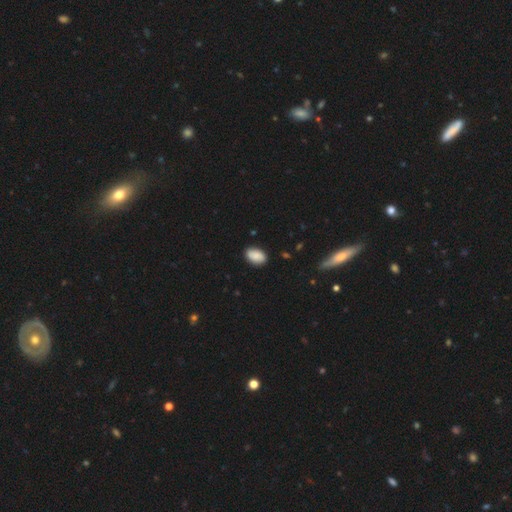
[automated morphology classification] A smooth galaxy with no disk features (85%) that is in between round and cigar-shaped (91%).

Vote fractions:
- Smooth or featured? smooth: 85% / featured or disk: 8% / star or artifact: 7%
- How rounded? in between: 91% / round: 8% / cigar-shaped: 1%
- Merging? none: 84% / minor disturbance: 12% / major disturbance: 2% / merger: 1%